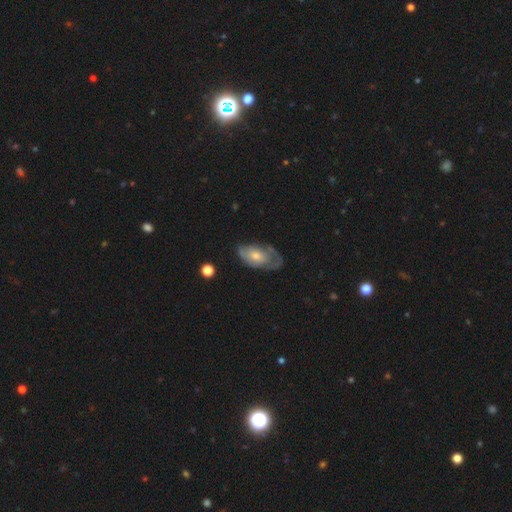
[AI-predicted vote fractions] This is likely a featured or disk galaxy (61%). It is clearly not viewed edge-on (91%). Bar: likely no (79%). Spiral arm pattern: likely yes (65%). Central bulge: possibly moderate (57%). Merging: possibly none (55%).